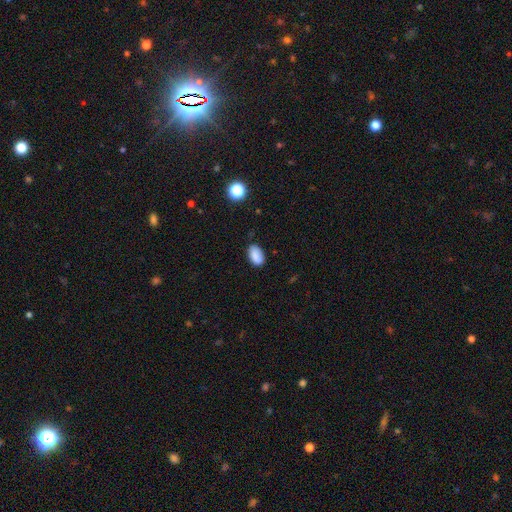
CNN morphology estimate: Q: Smooth or featured?
A: smooth (86%); runner-up: star or artifact (9%)
Q: How rounded?
A: in between (91%); runner-up: round (7%)
Q: Merging?
A: none (80%); runner-up: minor disturbance (16%)